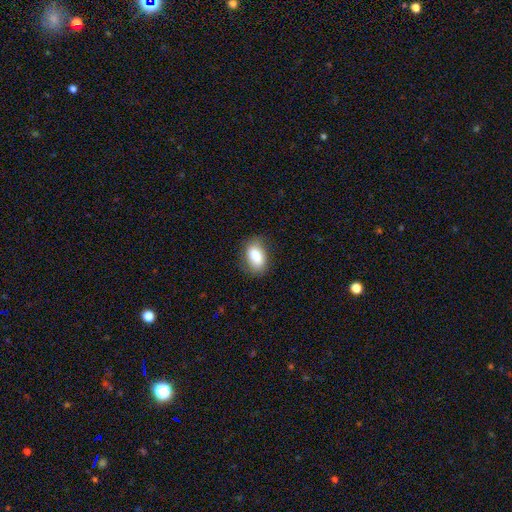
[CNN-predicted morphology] This is likely a smooth galaxy (78%). How rounded: clearly in between (86%). Merging: likely none (80%).